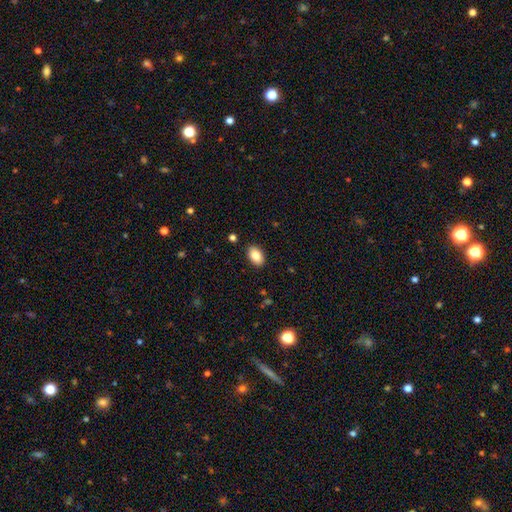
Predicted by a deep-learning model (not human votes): Smooth or featured?
  - smooth: 85% *
  - featured or disk: 8%
  - star or artifact: 7%
How rounded?
  - in between: 91% *
  - round: 8%
  - cigar-shaped: 1%
Merging?
  - none: 89% *
  - minor disturbance: 8%
  - major disturbance: 2%
  - merger: 1%